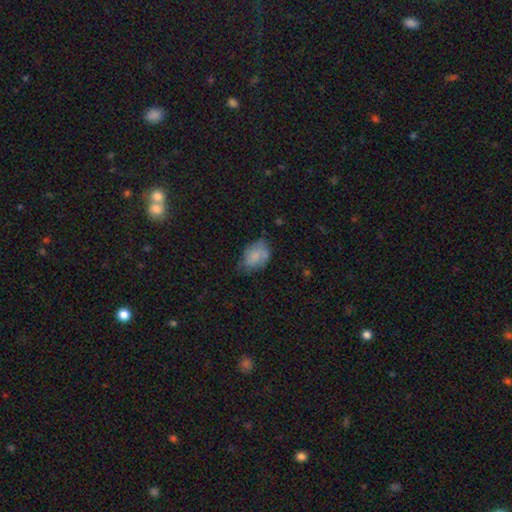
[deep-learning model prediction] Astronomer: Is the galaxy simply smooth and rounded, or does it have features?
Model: smooth — 69%.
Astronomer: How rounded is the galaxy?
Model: in between — 81%.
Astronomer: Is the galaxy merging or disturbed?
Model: none — 54% (runner-up: minor disturbance, 34%).